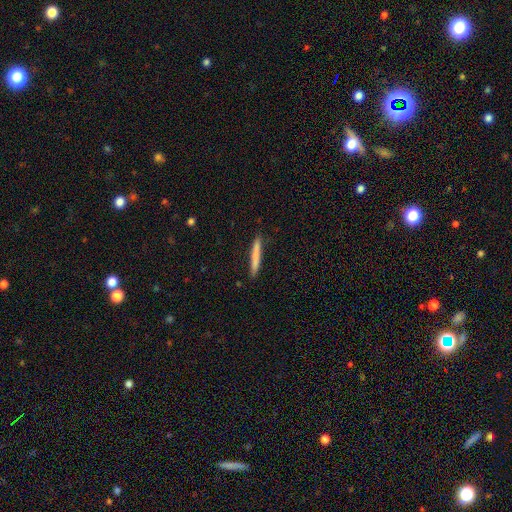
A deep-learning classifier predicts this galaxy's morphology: A smooth galaxy with no disk features (77%) that is cigar-shaped (96%).

Vote fractions:
- Smooth or featured? smooth: 77% / featured or disk: 18% / star or artifact: 5%
- How rounded? cigar-shaped: 96% / in between: 3% / round: 1%
- Merging? none: 89% / minor disturbance: 8% / major disturbance: 2% / merger: 1%